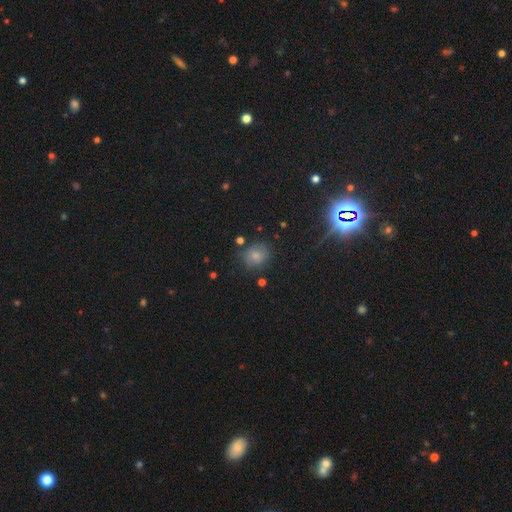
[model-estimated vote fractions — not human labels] Smooth or featured? Predicted: smooth (p=0.72). How rounded? Predicted: round (p=0.70). Merging? Predicted: none (p=0.76).